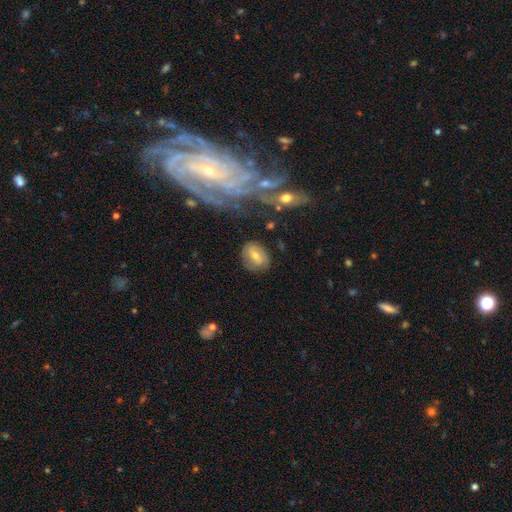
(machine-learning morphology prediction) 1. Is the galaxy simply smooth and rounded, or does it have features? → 56% smooth, 36% featured or disk, 8% star or artifact.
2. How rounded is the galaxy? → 64% in between, 34% round, 2% cigar-shaped.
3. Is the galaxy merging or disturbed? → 77% none, 15% minor disturbance, 5% major disturbance, 3% merger.